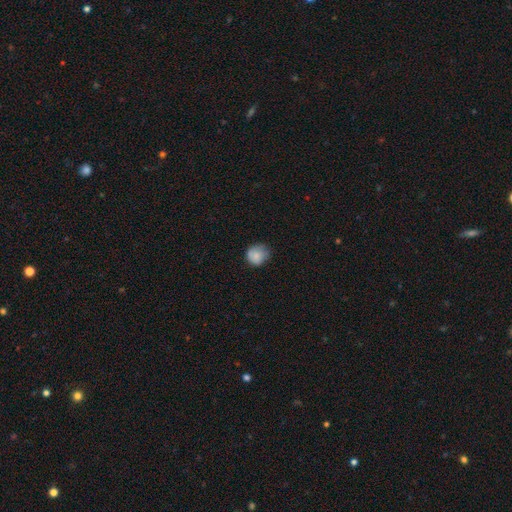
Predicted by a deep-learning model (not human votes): Smooth or featured? Predicted: smooth (p=0.82). How rounded? Predicted: round (p=0.83). Merging? Predicted: none (p=0.62).